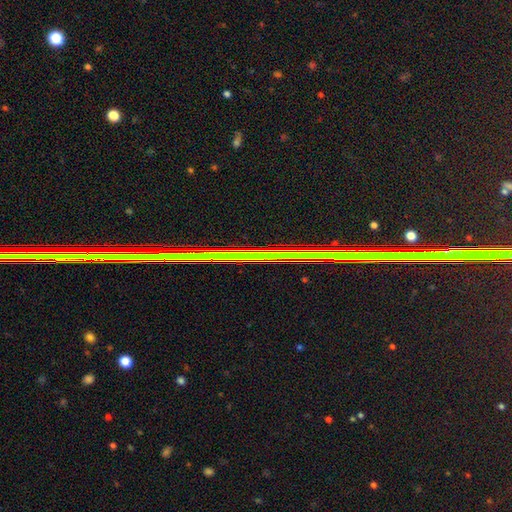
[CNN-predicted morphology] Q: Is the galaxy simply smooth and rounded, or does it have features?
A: star or artifact — 80%.